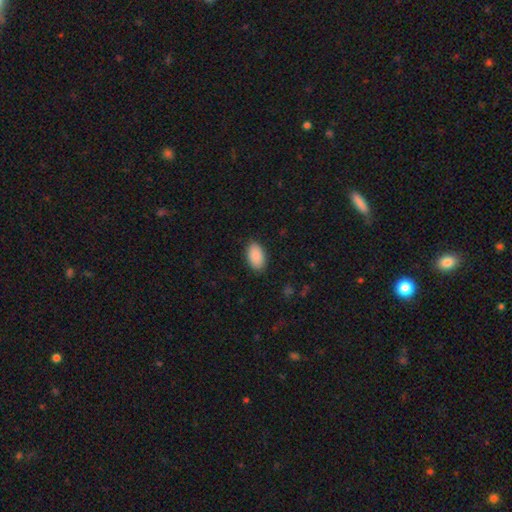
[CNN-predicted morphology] smooth-or-featured: smooth: 90% | star or artifact: 6% | featured or disk: 3%
  how-rounded: in between: 94% | round: 4% | cigar-shaped: 2%
  merging: none: 88% | minor disturbance: 9% | major disturbance: 2% | merger: 1%